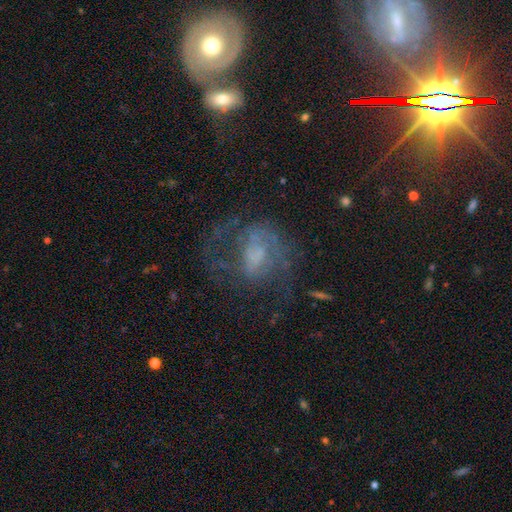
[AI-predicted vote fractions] This appears to be a featured or disk galaxy (70%) with no bar (54%), 2 (62%) medium (49%) spiral arms (79%) and no central bulge (32%). Merging: none (51%).